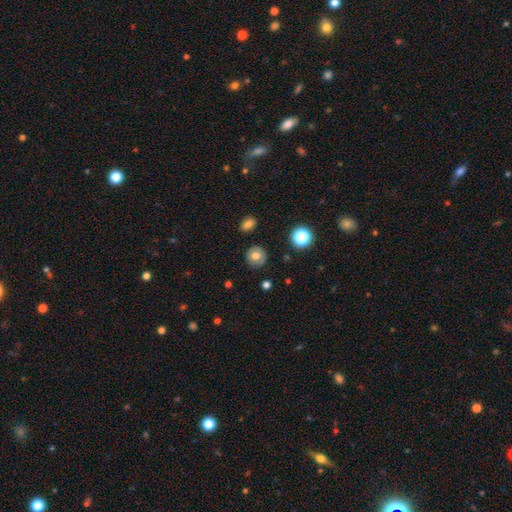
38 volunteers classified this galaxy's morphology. This is likely a smooth galaxy (76%). How rounded: clearly round (93%). Merging: clearly none (91%).